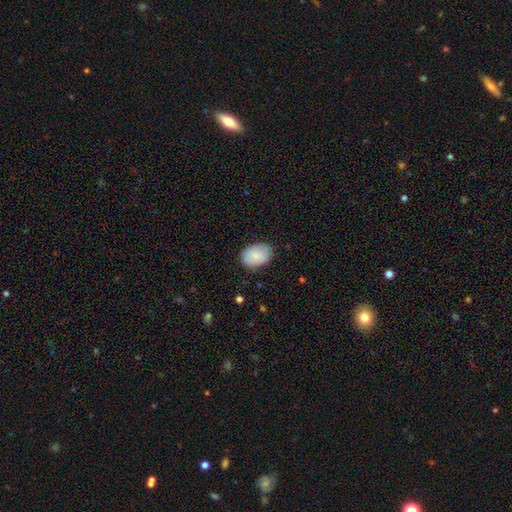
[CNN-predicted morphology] smooth-or-featured: smooth: 85% | featured or disk: 8% | star or artifact: 6%
  how-rounded: in between: 82% | round: 17% | cigar-shaped: 1%
  merging: none: 80% | minor disturbance: 16% | major disturbance: 3% | merger: 1%